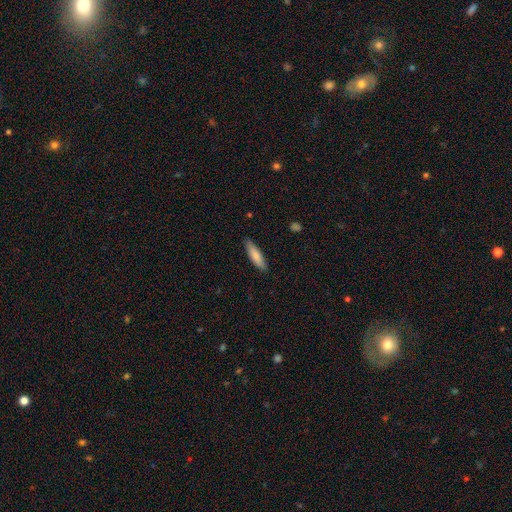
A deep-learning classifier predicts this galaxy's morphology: A smooth galaxy with no disk features (79%) that is cigar-shaped (65%). Merging: none (86%).